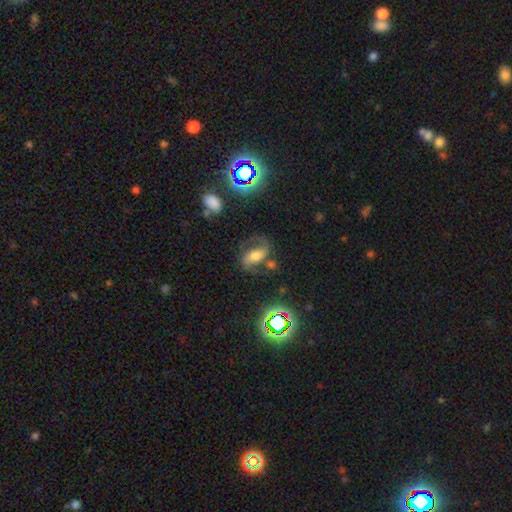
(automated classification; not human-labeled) Morphology: type=featured or disk (72%); edge-on=no (95%); bar=strong (38%); spiral arms=yes (92%); winding=medium (45%); arm count=2 (89%); bulge=moderate (57%); merging=none (63%).